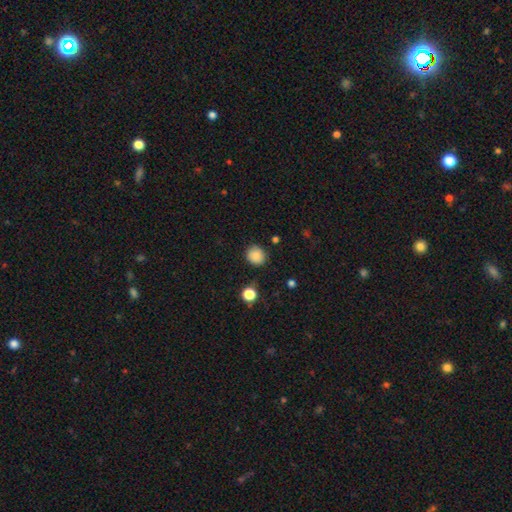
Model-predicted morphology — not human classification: Smooth or featured?
  - smooth: 85% *
  - star or artifact: 10%
  - featured or disk: 5%
How rounded?
  - round: 86% *
  - in between: 13%
  - cigar-shaped: 1%
Merging?
  - none: 85% *
  - minor disturbance: 11%
  - major disturbance: 3%
  - merger: 2%